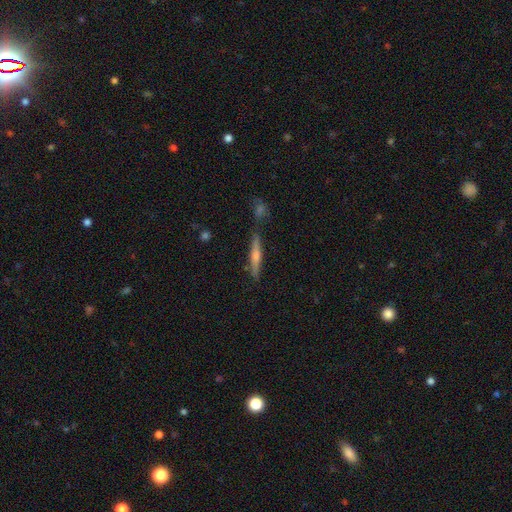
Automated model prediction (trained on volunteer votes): Smooth or featured? featured or disk (60%)
Edge-on disk? yes (96%)
Edge-on bulge? rounded (78%)
Merging? none (80%)